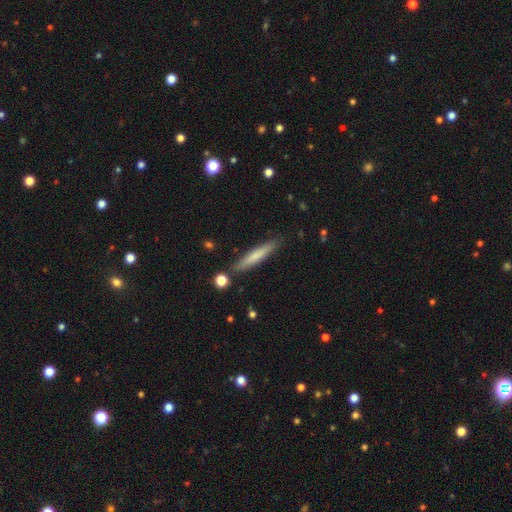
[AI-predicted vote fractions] A smooth galaxy with no disk features (67%) that is cigar-shaped (93%).

Vote fractions:
- Smooth or featured? smooth: 67% / featured or disk: 27% / star or artifact: 6%
- How rounded? cigar-shaped: 93% / in between: 6% / round: 1%
- Merging? none: 86% / minor disturbance: 10% / merger: 3% / major disturbance: 2%